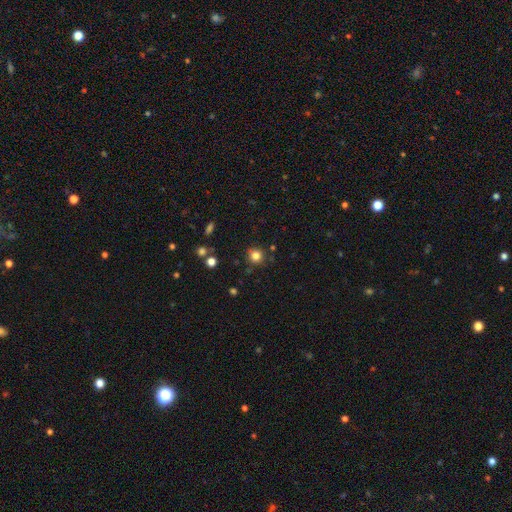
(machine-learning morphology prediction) Smooth or featured: smooth — 82% (star or artifact — 13%)
How rounded: round — 89% (in between — 10%)
Merging: none — 84% (minor disturbance — 10%)